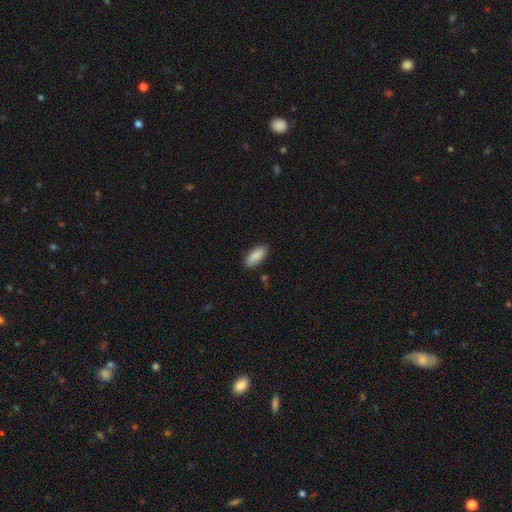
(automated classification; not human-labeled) Smooth or featured? Predicted: smooth (p=0.88). How rounded? Predicted: in between (p=0.83). Merging? Predicted: none (p=0.84).